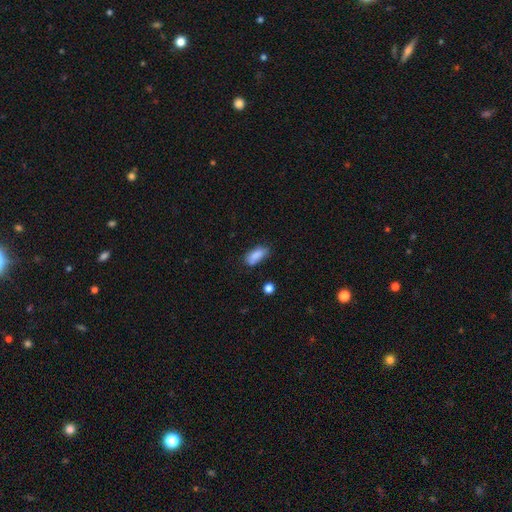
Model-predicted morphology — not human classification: This appears to be a smooth galaxy with no disk features (84%) that is in between round and cigar-shaped (82%). Merging: none (65%).